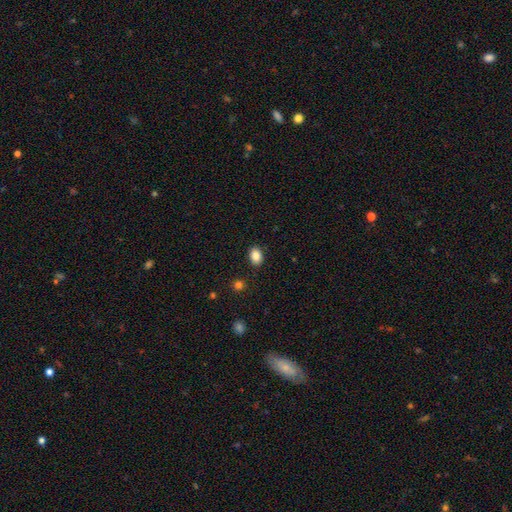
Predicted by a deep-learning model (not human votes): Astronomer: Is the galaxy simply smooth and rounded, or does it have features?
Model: smooth — 86%.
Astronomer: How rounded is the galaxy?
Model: in between — 74%.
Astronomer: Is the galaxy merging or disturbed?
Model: none — 88%.